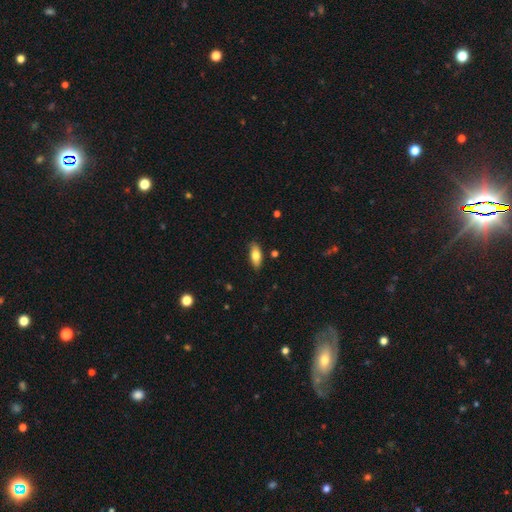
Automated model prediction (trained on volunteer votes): Q: Smooth or featured?
A: smooth (76%); runner-up: featured or disk (17%)
Q: How rounded?
A: in between (83%); runner-up: cigar-shaped (14%)
Q: Merging?
A: none (85%); runner-up: minor disturbance (11%)